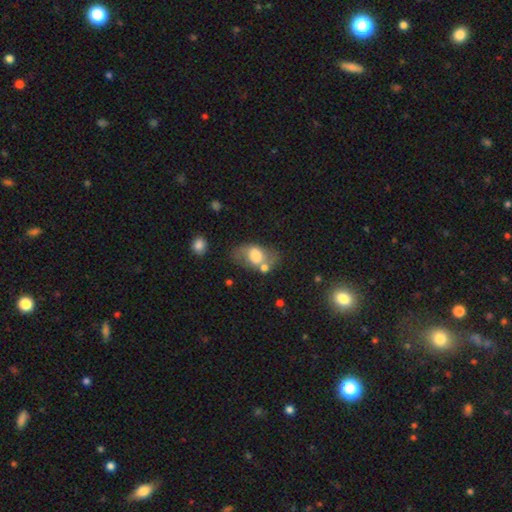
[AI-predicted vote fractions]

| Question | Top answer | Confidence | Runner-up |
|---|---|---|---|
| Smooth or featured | smooth | 60% | featured or disk (32%) |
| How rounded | in between | 82% | round (16%) |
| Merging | none | 47% | minor disturbance (23%) |